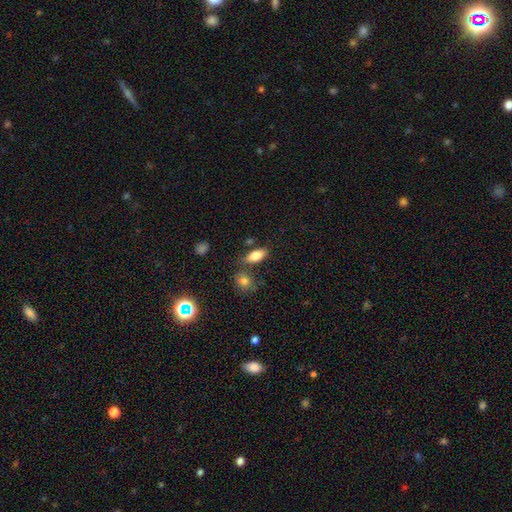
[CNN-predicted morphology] This is likely a smooth galaxy (77%). How rounded: clearly in between (83%). Merging: likely none (72%).